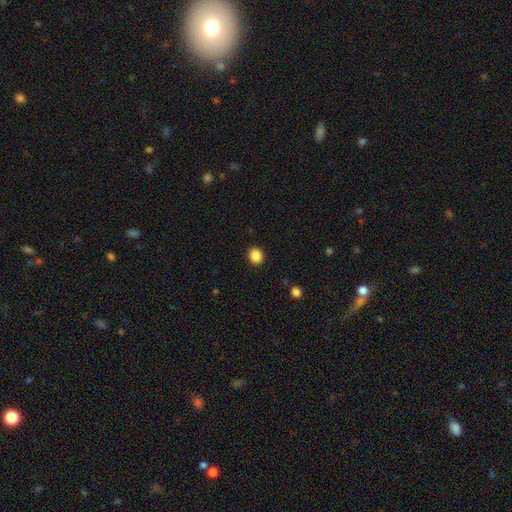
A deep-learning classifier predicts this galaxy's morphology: Q: Smooth or featured?
A: smooth (87%); runner-up: star or artifact (10%)
Q: How rounded?
A: round (77%); runner-up: in between (23%)
Q: Merging?
A: none (92%); runner-up: minor disturbance (5%)